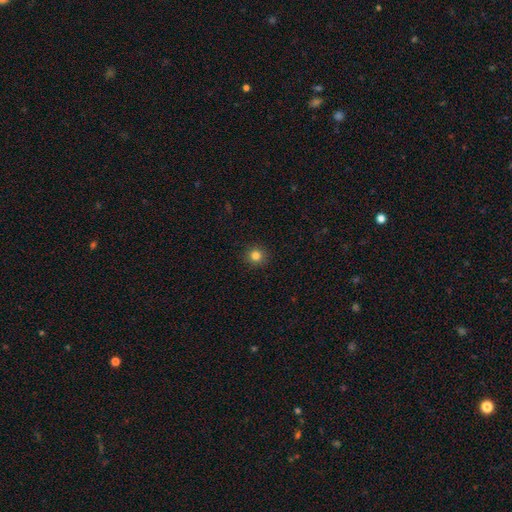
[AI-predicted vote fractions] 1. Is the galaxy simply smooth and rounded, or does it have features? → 82% smooth, 13% star or artifact, 5% featured or disk.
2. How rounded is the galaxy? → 93% round, 6% in between, 1% cigar-shaped.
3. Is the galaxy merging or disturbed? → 92% none, 5% minor disturbance, 2% major disturbance, 1% merger.